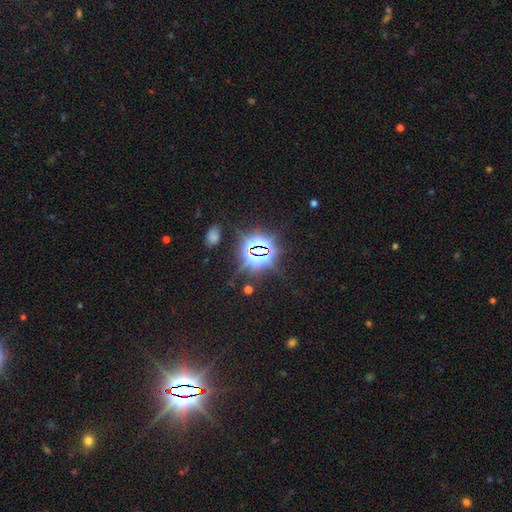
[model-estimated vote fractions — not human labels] Morphology: type=star or artifact (82%).